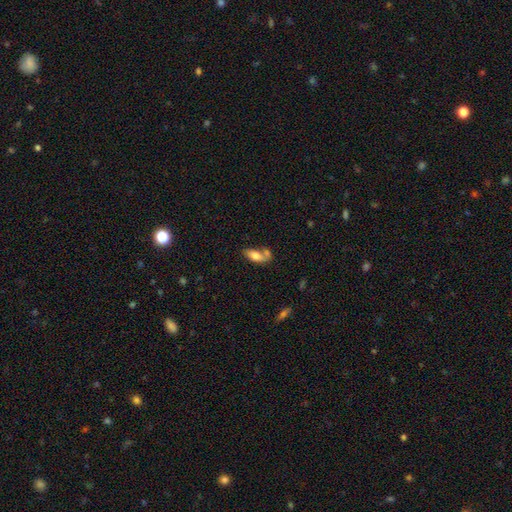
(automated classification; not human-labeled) Q: Smooth or featured?
A: smooth (74%); runner-up: featured or disk (18%)
Q: How rounded?
A: in between (82%); runner-up: cigar-shaped (15%)
Q: Merging?
A: none (41%); runner-up: merger (35%)